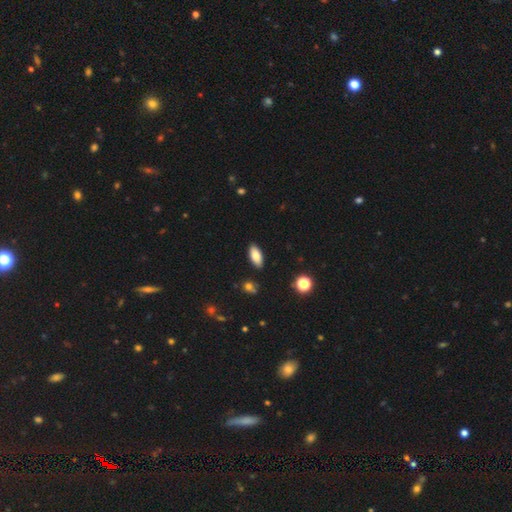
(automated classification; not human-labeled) This is clearly a smooth galaxy (82%). How rounded: clearly in between (85%). Merging: clearly none (88%).